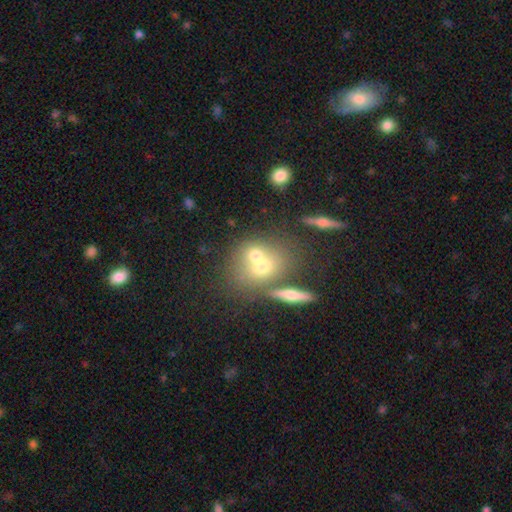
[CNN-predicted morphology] Smooth or featured?
  - smooth: 61% *
  - featured or disk: 25%
  - star or artifact: 13%
How rounded?
  - round: 60% *
  - in between: 37%
  - cigar-shaped: 3%
Merging?
  - merger: 52% *
  - none: 36%
  - minor disturbance: 8%
  - major disturbance: 5%